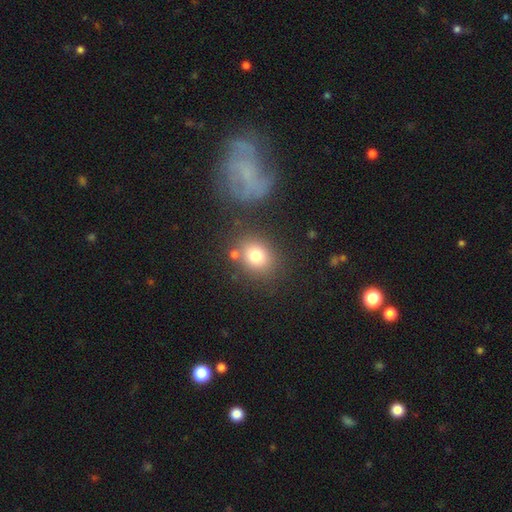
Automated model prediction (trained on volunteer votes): smooth 78%, star or artifact 12%, featured or disk 10%. Down the decision tree: how rounded — round (61%); merging — none (74%).